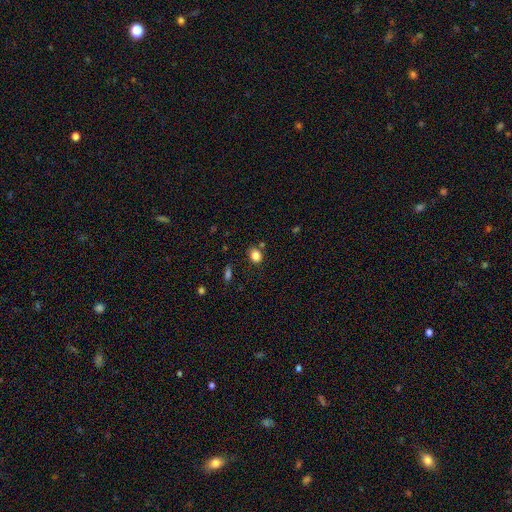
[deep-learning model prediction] smooth_or_featured: smooth (p=0.84) [alt: star or artifact p=0.11]
how_rounded: round (p=0.51) [alt: in between p=0.47]
merging: none (p=0.76) [alt: minor disturbance p=0.13]